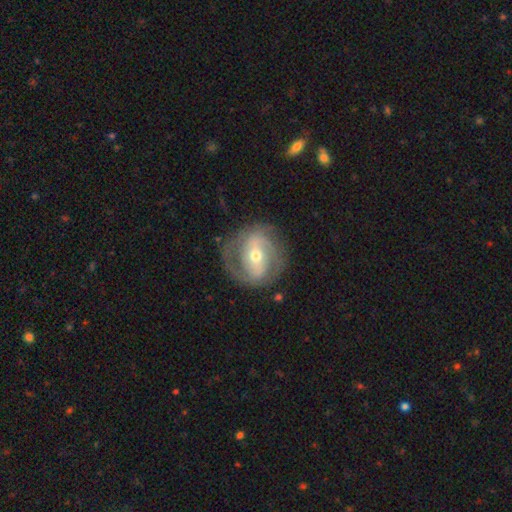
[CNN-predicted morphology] This is clearly a featured or disk galaxy (82%). It is clearly not viewed edge-on (96%). Bar: marginally strong (40%). Spiral arm pattern: clearly yes (88%). Spiral arm count: likely 2 (77%). Spiral winding: marginally tight (45%). Central bulge: likely moderate (62%). Merging: likely none (76%).